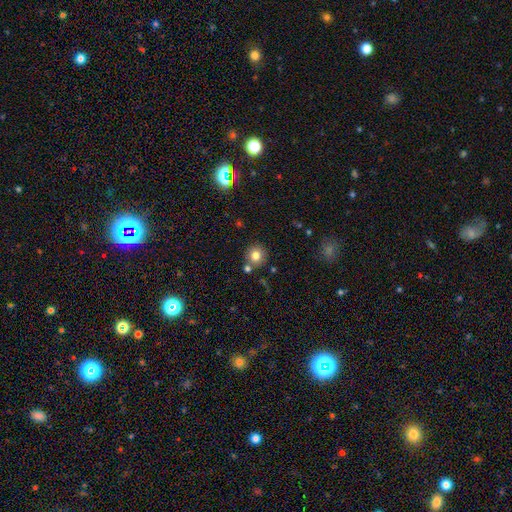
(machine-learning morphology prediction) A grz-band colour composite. It shows a smooth galaxy with no disk features (80%) that is round (91%). Merging: none (77%).